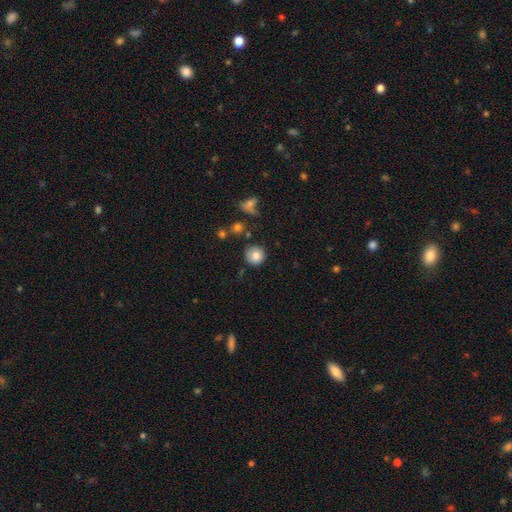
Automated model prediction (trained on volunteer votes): This appears to be a smooth galaxy with no disk features (80%) that is round (94%). Merging: none (84%).